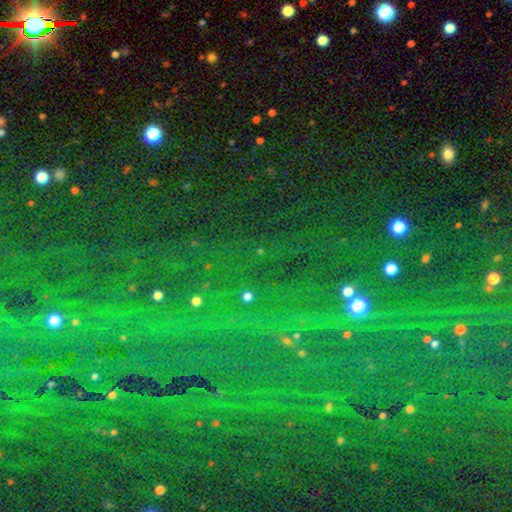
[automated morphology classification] smooth-or-featured: star or artifact: 84% | smooth: 9% | featured or disk: 8%